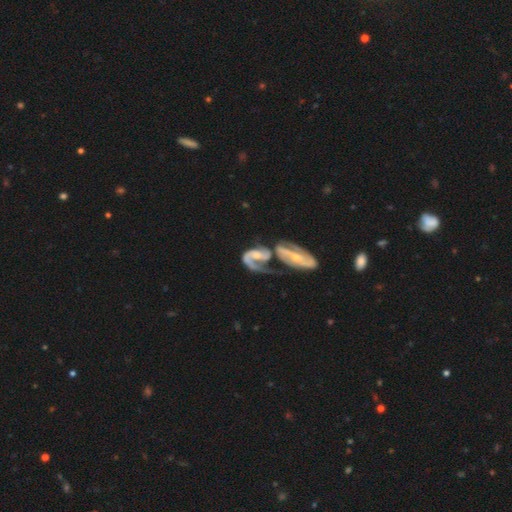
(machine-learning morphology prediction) smooth_or_featured: featured or disk (p=0.82) [alt: smooth p=0.12]
disk_edge_on: no (p=0.96) [alt: yes p=0.04]
bar: no (p=0.44) [alt: weak p=0.36]
has_spiral_arms: yes (p=0.92) [alt: no p=0.08]
spiral_winding: loose (p=0.43) [alt: medium p=0.40]
spiral_arm_count: 2 (p=0.58) [alt: 1 p=0.33]
bulge_size: small (p=0.43) [alt: moderate p=0.37]
merging: merger (p=0.66) [alt: major disturbance p=0.15]